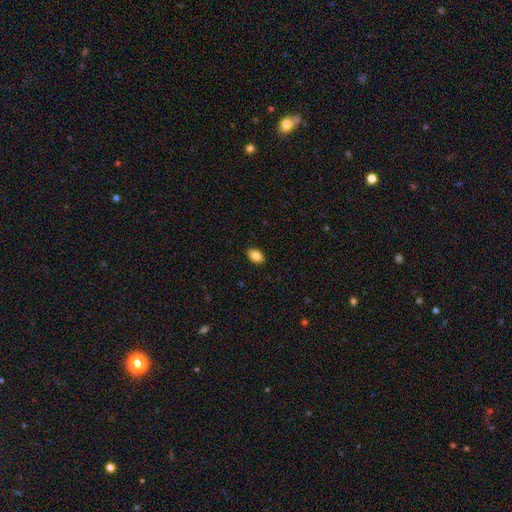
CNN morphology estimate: Smooth or featured: smooth — 84% (star or artifact — 8%)
How rounded: in between — 87% (round — 11%)
Merging: none — 90% (minor disturbance — 8%)